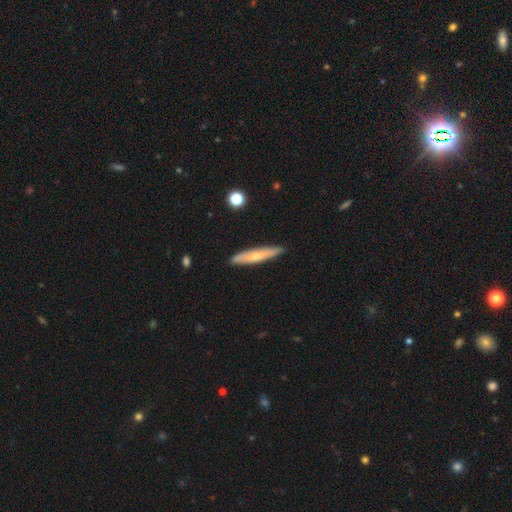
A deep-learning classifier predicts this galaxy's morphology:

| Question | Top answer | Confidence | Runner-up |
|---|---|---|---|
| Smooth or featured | smooth | 57% | featured or disk (37%) |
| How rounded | cigar-shaped | 89% | in between (9%) |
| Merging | none | 87% | minor disturbance (10%) |